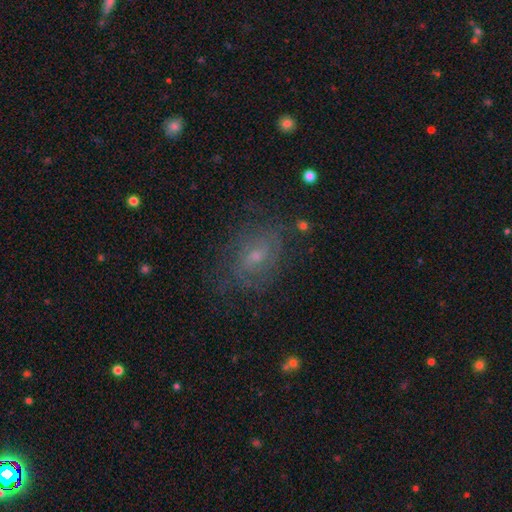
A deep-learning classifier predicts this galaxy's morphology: A featured or disk galaxy (48%).

Vote fractions:
- Smooth or featured? featured or disk: 48% / smooth: 33% / star or artifact: 18%
- Merging? none: 69% / minor disturbance: 18% / major disturbance: 11% / merger: 2%